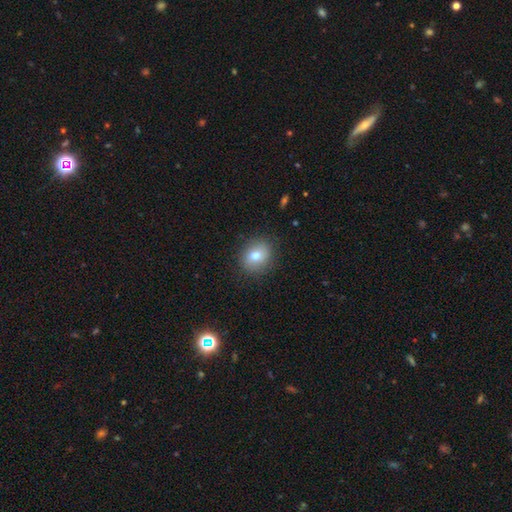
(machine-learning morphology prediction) smooth 77%, featured or disk 13%, star or artifact 10%. Down the decision tree: how rounded — round (68%); merging — none (85%).